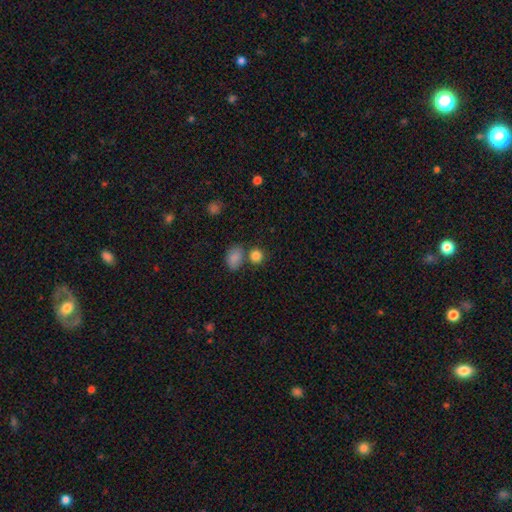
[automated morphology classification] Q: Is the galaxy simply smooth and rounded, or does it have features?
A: smooth — 84%.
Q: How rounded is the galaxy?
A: round — 81%.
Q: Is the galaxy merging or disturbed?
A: none — 64%.